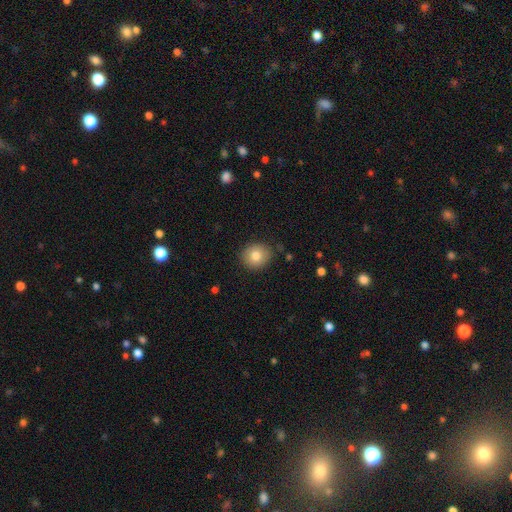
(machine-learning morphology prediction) smooth 81%, star or artifact 9%, featured or disk 9%. Down the decision tree: how rounded — round (83%); merging — none (88%).